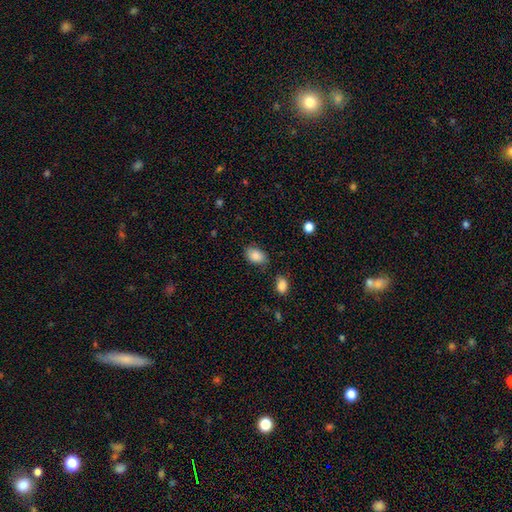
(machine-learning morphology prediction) Smooth or featured: smooth — 87% (star or artifact — 8%)
How rounded: in between — 83% (round — 16%)
Merging: none — 74% (minor disturbance — 18%)